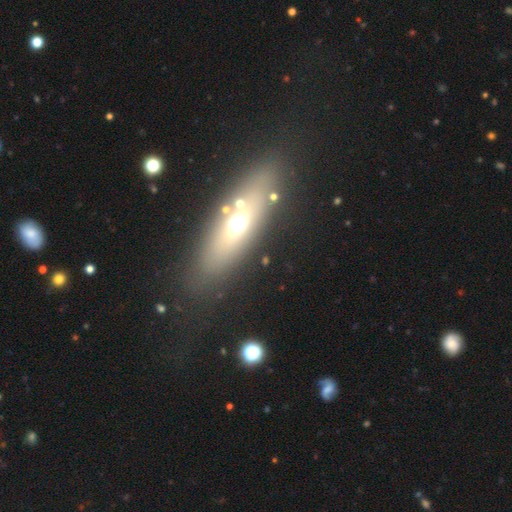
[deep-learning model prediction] Smooth or featured? featured or disk (54%)
Edge-on disk? yes (56%)
Merging? none (76%)